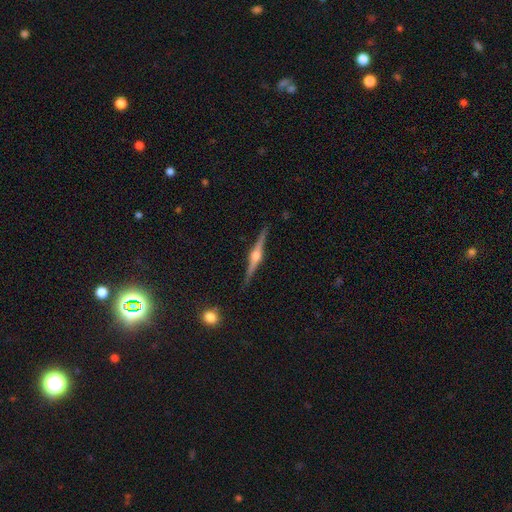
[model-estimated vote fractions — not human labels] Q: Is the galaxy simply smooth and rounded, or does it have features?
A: featured or disk — 86%.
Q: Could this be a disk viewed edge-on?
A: yes — 98%.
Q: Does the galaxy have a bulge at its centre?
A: rounded — 94%.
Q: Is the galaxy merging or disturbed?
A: none — 90%.